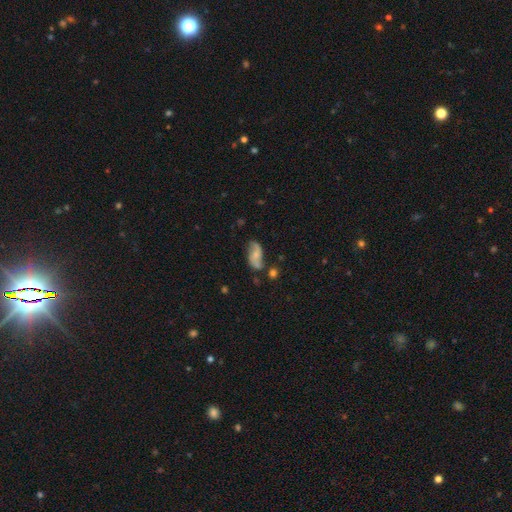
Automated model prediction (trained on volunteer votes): Smooth or featured? featured or disk (61%)
Edge-on disk? no (95%)
Bar? no (60%)
Spiral arms? yes (90%)
Spiral winding? loose (66%)
Spiral arm count? 2 (90%)
Bulge size? small (48%)
Merging? none (60%)